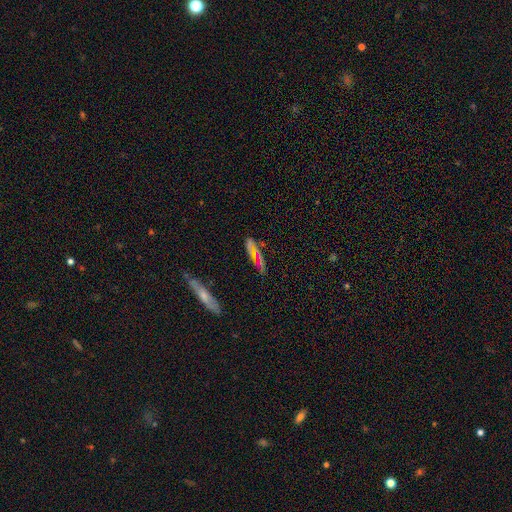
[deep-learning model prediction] Morphology: type=featured or disk (41%, tied with smooth); merging=none (67%).